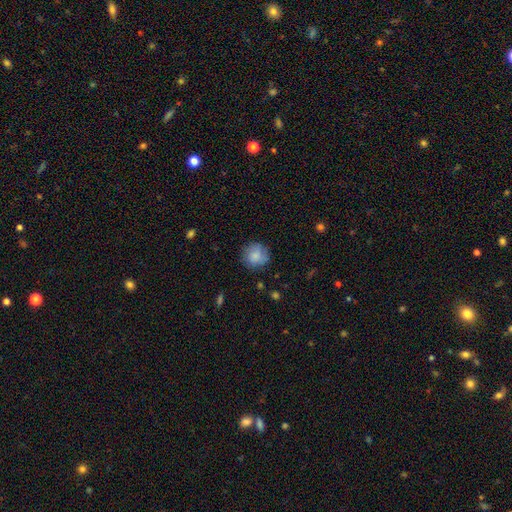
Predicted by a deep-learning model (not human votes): Morphology: type=smooth (79%); roundness=round (90%); merging=none (79%).